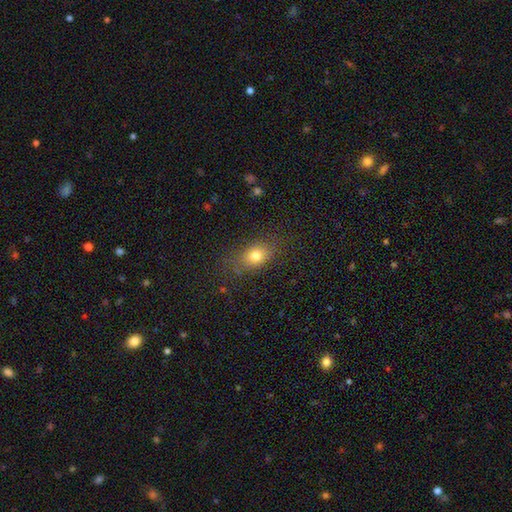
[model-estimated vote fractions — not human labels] Q: Smooth or featured?
A: smooth (77%); runner-up: star or artifact (12%)
Q: How rounded?
A: in between (66%); runner-up: round (30%)
Q: Merging?
A: none (78%); runner-up: minor disturbance (15%)